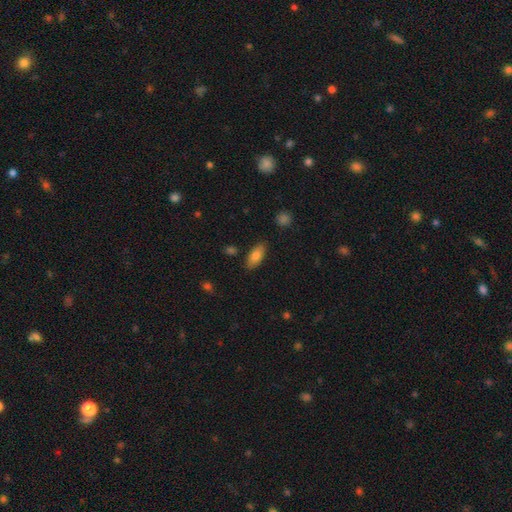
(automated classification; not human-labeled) smooth_or_featured: smooth (p=0.80) [alt: featured or disk p=0.13]
how_rounded: in between (p=0.86) [alt: cigar-shaped p=0.11]
merging: none (p=0.84) [alt: minor disturbance p=0.12]